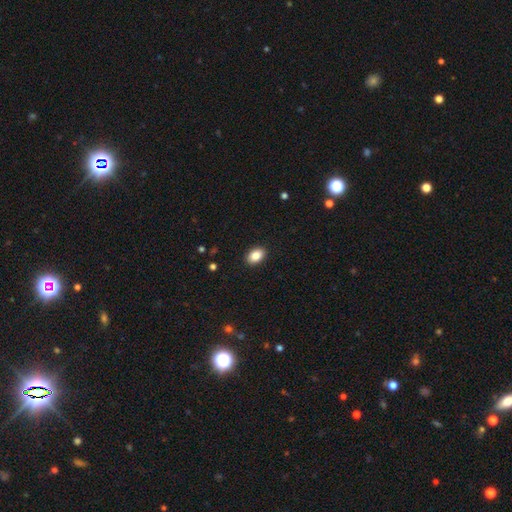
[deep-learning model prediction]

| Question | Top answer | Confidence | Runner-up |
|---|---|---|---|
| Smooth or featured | smooth | 86% | star or artifact (8%) |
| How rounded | in between | 84% | round (15%) |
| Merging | none | 91% | minor disturbance (7%) |